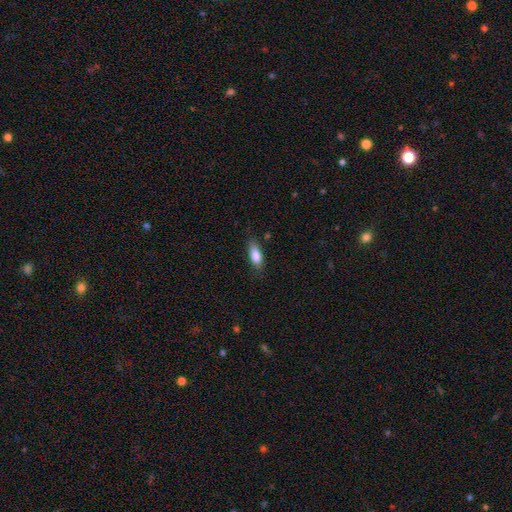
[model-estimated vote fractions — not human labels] Smooth or featured?
  - smooth: 83% *
  - featured or disk: 10%
  - star or artifact: 7%
How rounded?
  - in between: 76% *
  - cigar-shaped: 21%
  - round: 2%
Merging?
  - none: 77% *
  - minor disturbance: 18%
  - major disturbance: 4%
  - merger: 1%